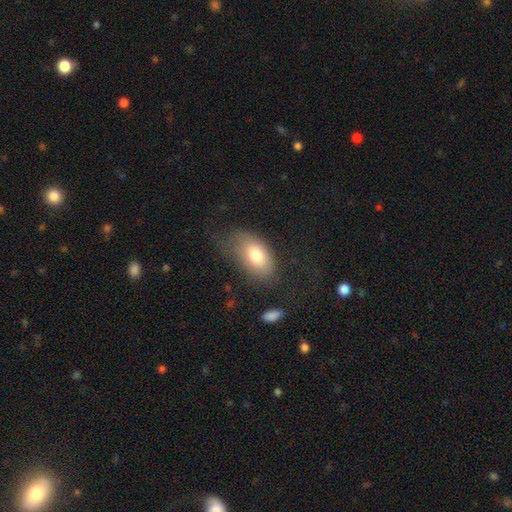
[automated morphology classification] A smooth galaxy with no disk features (75%) that is in between round and cigar-shaped (92%). Merging: none (53%).